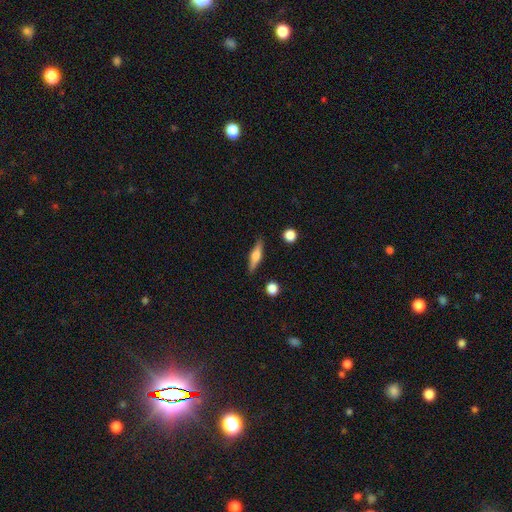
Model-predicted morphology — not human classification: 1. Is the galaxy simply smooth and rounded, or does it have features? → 47% smooth, 46% featured or disk, 7% star or artifact.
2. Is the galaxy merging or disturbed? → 86% none, 9% minor disturbance, 2% major disturbance, 2% merger.